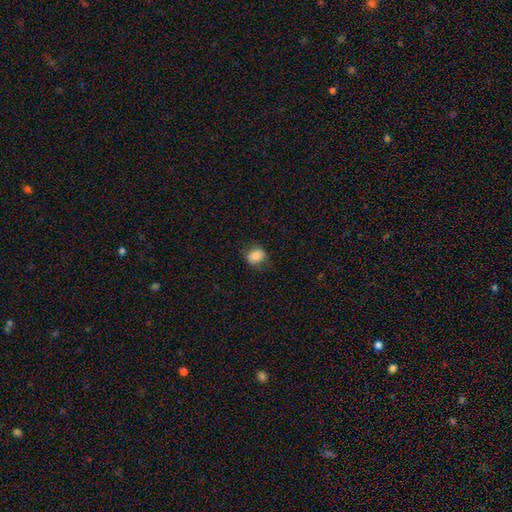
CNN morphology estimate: This appears to be a smooth galaxy with no disk features (84%) that is round (65%). Merging: none (74%).